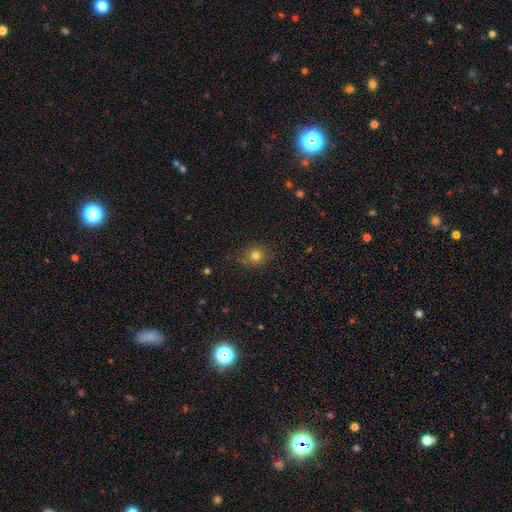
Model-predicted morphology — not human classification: Smooth or featured?
  - smooth: 77% *
  - star or artifact: 15%
  - featured or disk: 8%
How rounded?
  - round: 86% *
  - in between: 13%
  - cigar-shaped: 1%
Merging?
  - none: 81% *
  - minor disturbance: 14%
  - major disturbance: 4%
  - merger: 2%